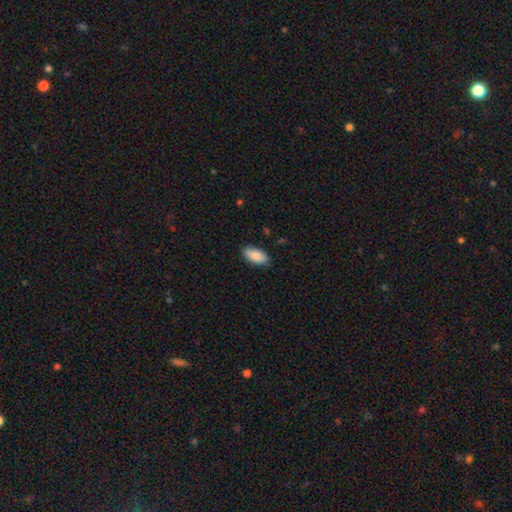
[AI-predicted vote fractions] Smooth or featured?
  - smooth: 87% *
  - featured or disk: 7%
  - star or artifact: 6%
How rounded?
  - in between: 93% *
  - cigar-shaped: 5%
  - round: 2%
Merging?
  - none: 87% *
  - minor disturbance: 10%
  - major disturbance: 2%
  - merger: 1%